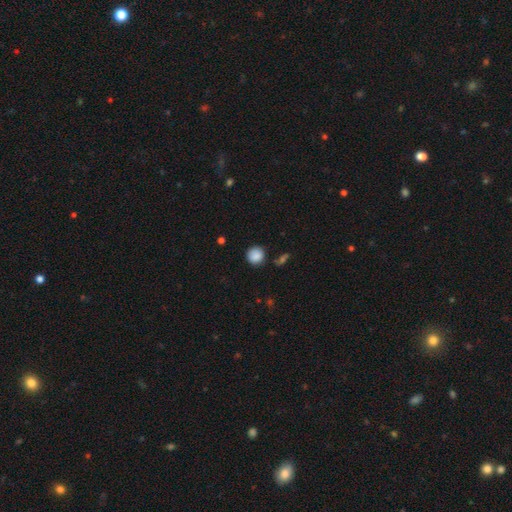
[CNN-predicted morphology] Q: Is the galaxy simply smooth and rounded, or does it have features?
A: smooth — 88%.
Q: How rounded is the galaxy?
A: round — 91%.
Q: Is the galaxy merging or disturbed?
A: none — 81%.